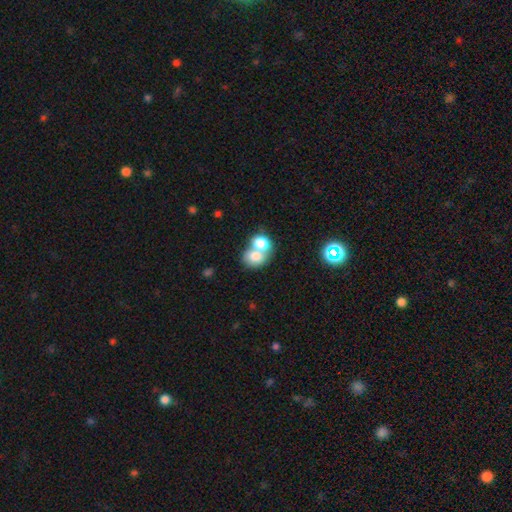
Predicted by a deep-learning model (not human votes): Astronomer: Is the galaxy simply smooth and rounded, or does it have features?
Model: smooth — 73%.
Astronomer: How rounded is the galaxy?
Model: round — 54% (runner-up: in between, 45%).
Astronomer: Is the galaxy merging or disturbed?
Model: merger — 71%.